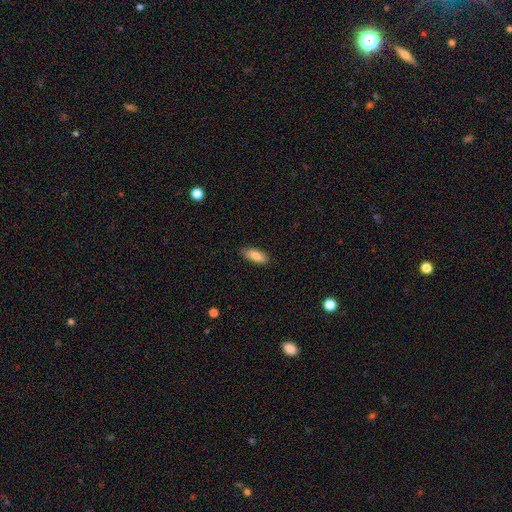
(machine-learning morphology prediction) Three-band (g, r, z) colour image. It shows a smooth galaxy with no disk features (84%) that is in between round and cigar-shaped (75%). Merging: none (85%).